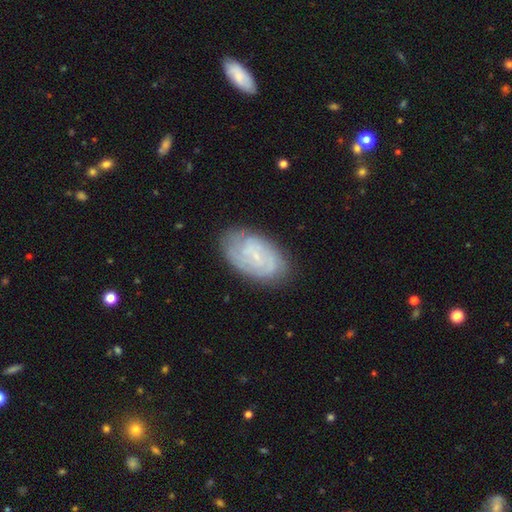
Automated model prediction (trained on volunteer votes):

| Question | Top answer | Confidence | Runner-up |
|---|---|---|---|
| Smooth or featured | featured or disk | 73% | smooth (20%) |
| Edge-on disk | no | 96% | yes (4%) |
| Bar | no | 46% | weak (45%) |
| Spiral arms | yes | 90% | no (10%) |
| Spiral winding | tight | 55% | medium (34%) |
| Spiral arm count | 2 | 39% | can't tell (35%) |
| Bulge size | small | 78% | none (11%) |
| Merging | none | 77% | minor disturbance (16%) |